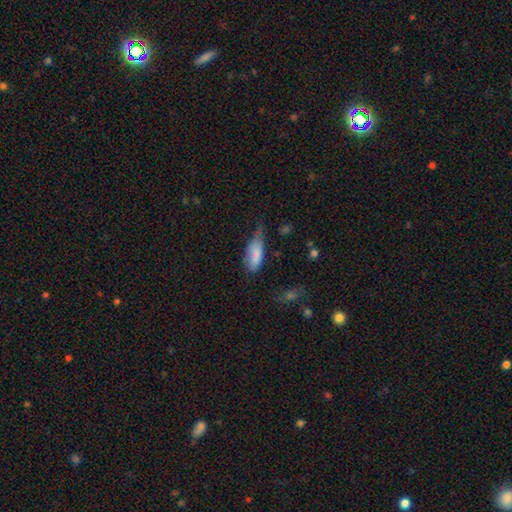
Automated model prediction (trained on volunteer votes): A smooth galaxy with no disk features (82%) that is in between round and cigar-shaped (80%).

Vote fractions:
- Smooth or featured? smooth: 82% / featured or disk: 11% / star or artifact: 7%
- How rounded? in between: 80% / cigar-shaped: 18% / round: 2%
- Merging? minor disturbance: 44% / none: 35% / major disturbance: 18% / merger: 3%